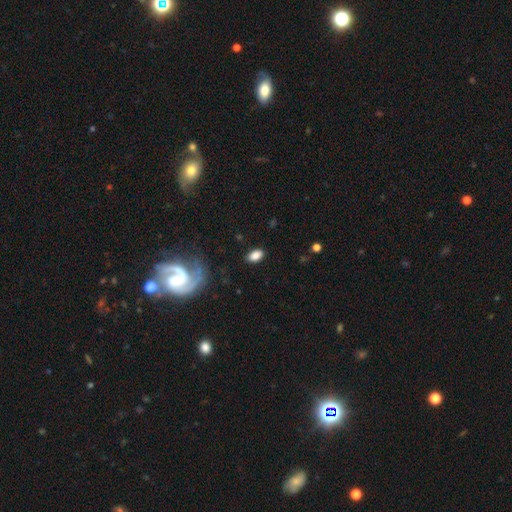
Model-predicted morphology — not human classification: A smooth galaxy with no disk features (83%) that is in between round and cigar-shaped (91%). Merging: none (85%).